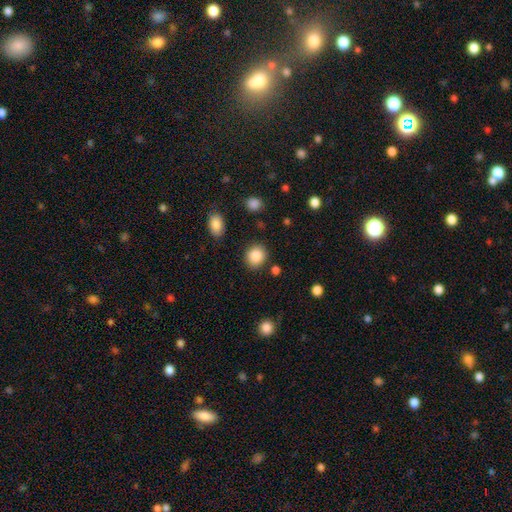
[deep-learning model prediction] smooth 87%, star or artifact 9%, featured or disk 5%. Down the decision tree: how rounded — round (79%); merging — none (87%).